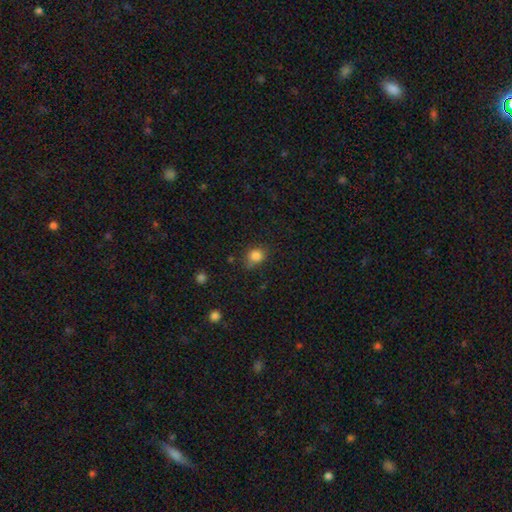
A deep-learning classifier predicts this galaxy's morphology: Smooth or featured? smooth (83%)
How rounded? round (71%)
Merging? none (70%)